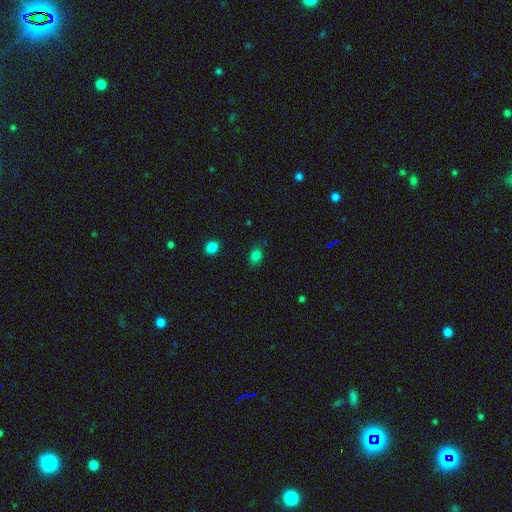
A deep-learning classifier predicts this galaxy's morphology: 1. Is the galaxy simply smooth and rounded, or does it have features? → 81% smooth, 14% star or artifact, 5% featured or disk.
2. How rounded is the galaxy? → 64% in between, 34% round, 1% cigar-shaped.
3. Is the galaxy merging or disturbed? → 80% none, 15% minor disturbance, 3% major disturbance, 2% merger.